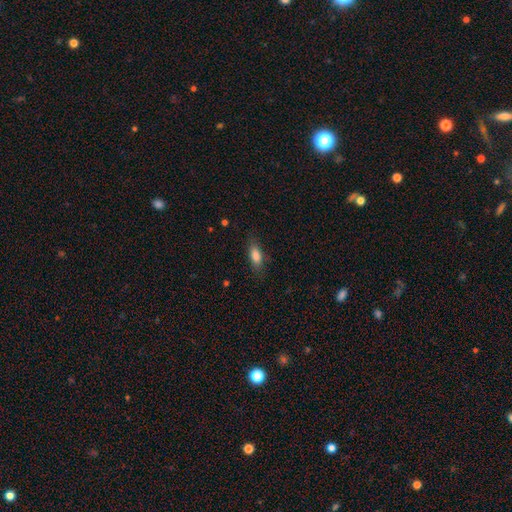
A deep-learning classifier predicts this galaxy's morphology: Overall: smooth (82%). How rounded: in between (75%). Merging: none (79%).